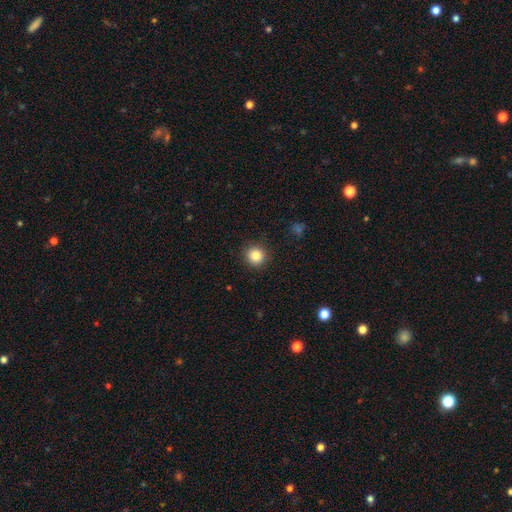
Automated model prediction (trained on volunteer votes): Morphology: type=smooth (84%); roundness=round (95%); merging=none (91%).